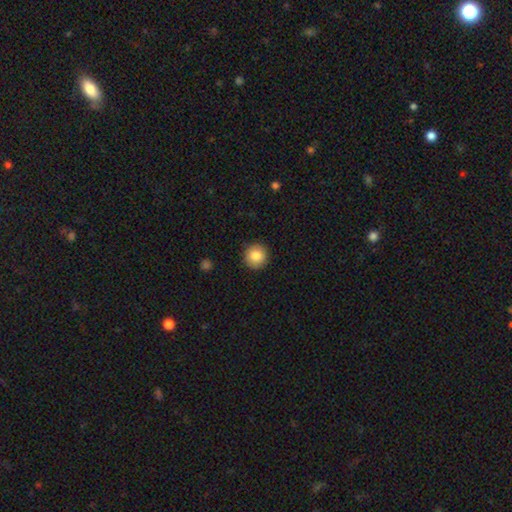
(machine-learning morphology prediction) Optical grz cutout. It shows a smooth galaxy with no disk features (84%) that is round (95%). Merging: none (91%).